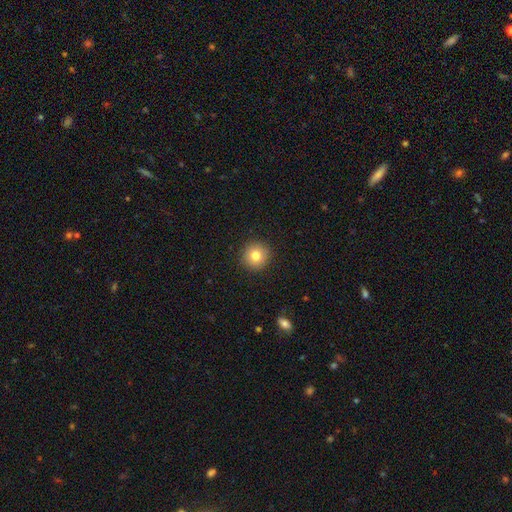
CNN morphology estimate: Overall: smooth (81%). How rounded: round (94%). Merging: none (92%).